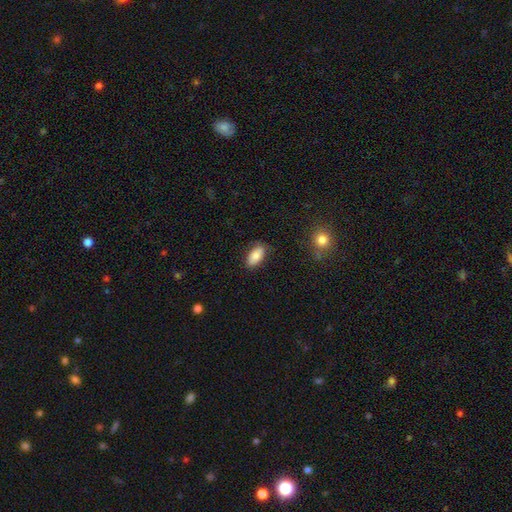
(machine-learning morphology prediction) The model was most divided on "merging": none: 82%, minor disturbance: 14%, major disturbance: 3%, merger: 1%. More confident: how rounded — in between (92%); smooth or featured — smooth (83%).